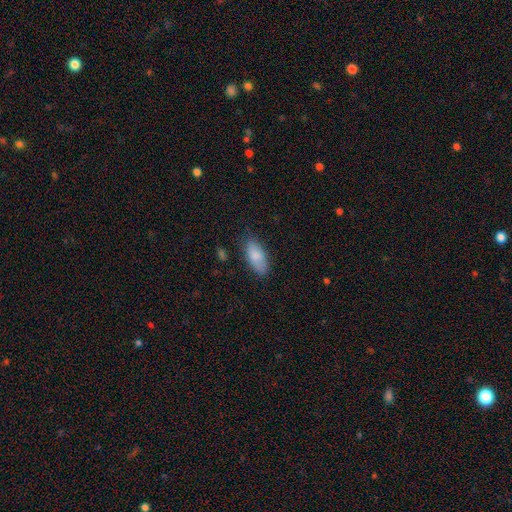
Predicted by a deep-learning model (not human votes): Smooth or featured? Predicted: smooth (p=0.84). How rounded? Predicted: in between (p=0.86). Merging? Predicted: none (p=0.77).